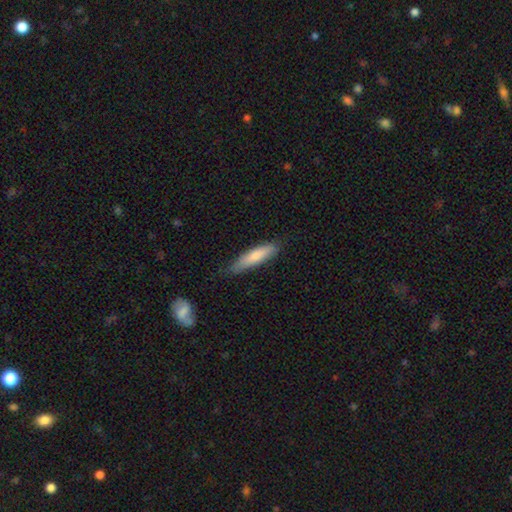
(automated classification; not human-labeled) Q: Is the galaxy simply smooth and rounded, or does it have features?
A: smooth — 78%.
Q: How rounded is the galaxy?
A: cigar-shaped — 75%.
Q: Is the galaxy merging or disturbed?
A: none — 75%.